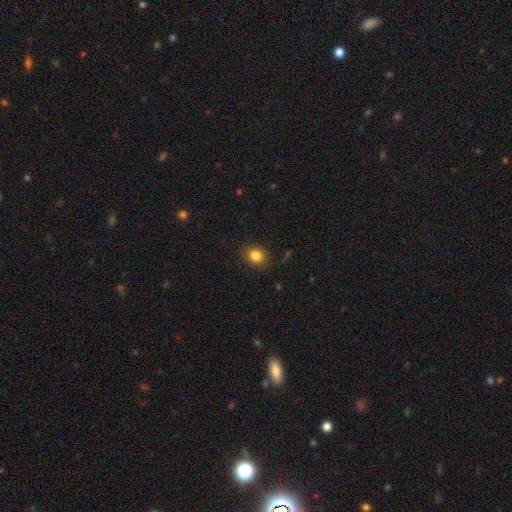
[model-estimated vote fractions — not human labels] A smooth galaxy with no disk features (84%) that is round (68%).

Vote fractions:
- Smooth or featured? smooth: 84% / star or artifact: 11% / featured or disk: 5%
- How rounded? round: 68% / in between: 31% / cigar-shaped: 1%
- Merging? none: 88% / minor disturbance: 8% / major disturbance: 2% / merger: 1%